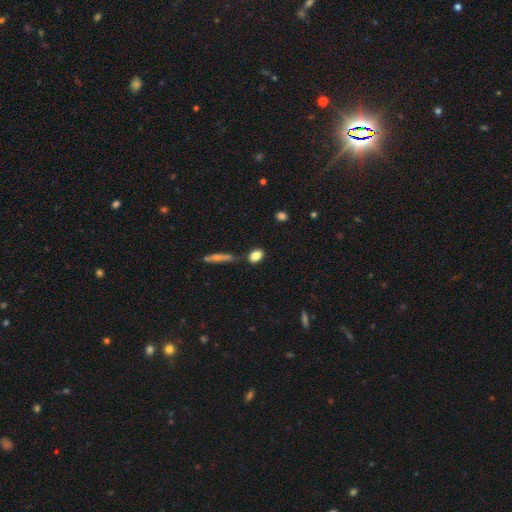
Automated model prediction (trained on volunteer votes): This is clearly a smooth galaxy (84%). How rounded: likely in between (73%). Merging: likely none (73%).